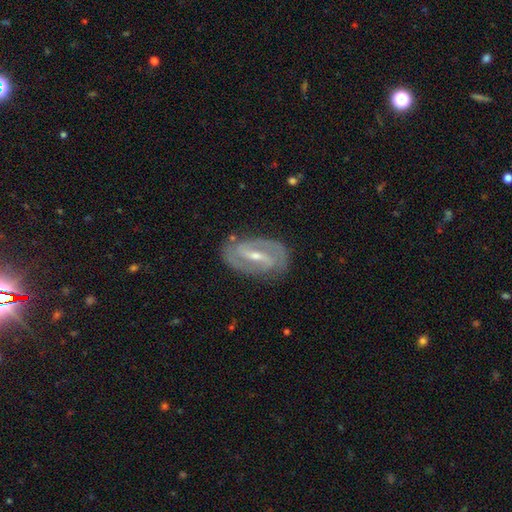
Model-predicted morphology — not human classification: smooth_or_featured: featured or disk (p=0.88) [alt: smooth p=0.07]
disk_edge_on: no (p=0.95) [alt: yes p=0.05]
bar: strong (p=0.61) [alt: weak p=0.30]
has_spiral_arms: yes (p=0.95) [alt: no p=0.05]
spiral_winding: medium (p=0.46) [alt: tight p=0.41]
spiral_arm_count: 2 (p=0.90) [alt: can't tell p=0.04]
bulge_size: small (p=0.56) [alt: moderate p=0.40]
merging: none (p=0.83) [alt: minor disturbance p=0.13]